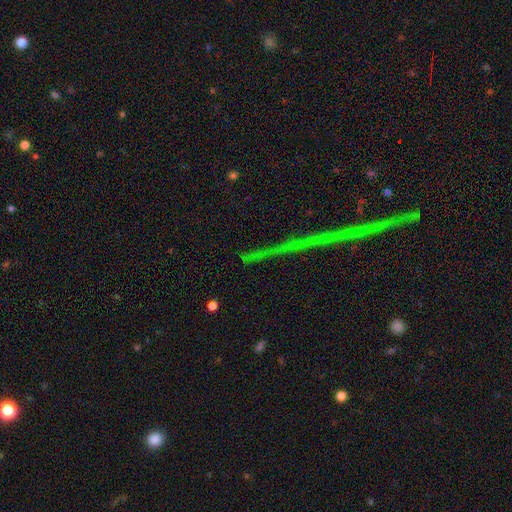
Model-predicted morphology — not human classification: Q: Smooth or featured?
A: star or artifact (75%); runner-up: smooth (12%)